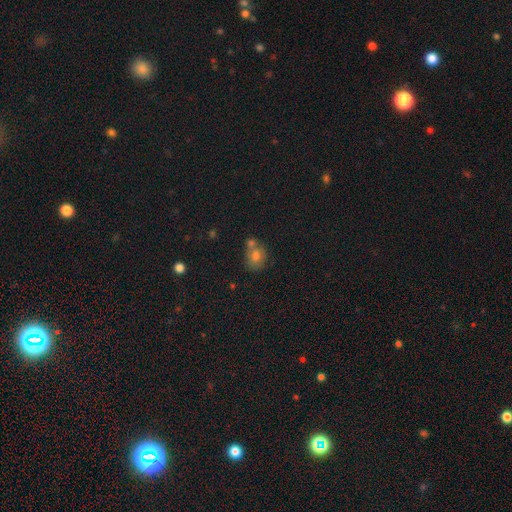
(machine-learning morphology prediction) smooth 73%, featured or disk 15%, star or artifact 12%. Down the decision tree: how rounded — round (62%); merging — none (43%).